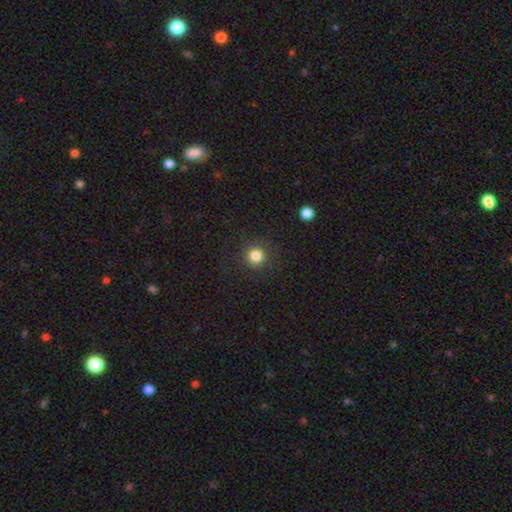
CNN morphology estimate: The model was most divided on "smooth or featured": smooth: 83%, star or artifact: 11%, featured or disk: 5%. More confident: how rounded — round (94%); merging — none (88%).